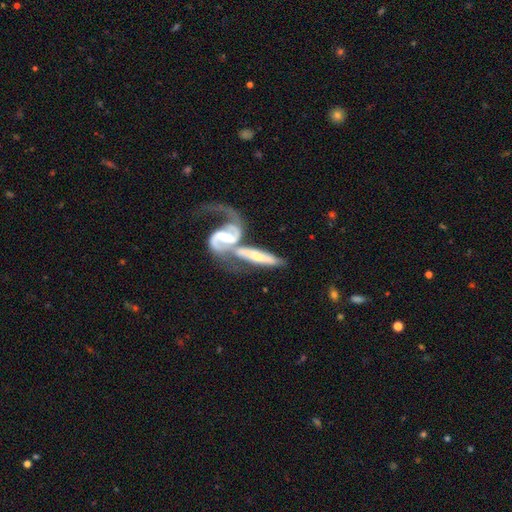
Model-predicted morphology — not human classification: featured or disk 78%, smooth 15%, star or artifact 6%. Down the decision tree: edge-on disk — no (78%); bar — weak (36%); spiral arms — yes (89%); spiral arm count — 2 (73%); spiral winding — loose (44%); bulge size — moderate (42%); merging — merger (63%).